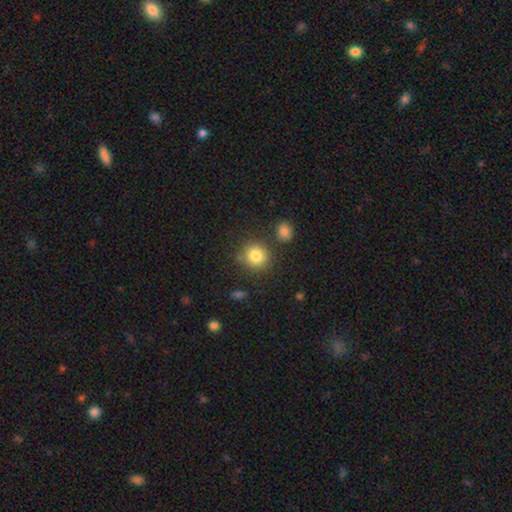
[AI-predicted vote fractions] The model was most divided on "merging": none: 78%, minor disturbance: 10%, merger: 8%, major disturbance: 4%. More confident: how rounded — round (87%); smooth or featured — smooth (82%).